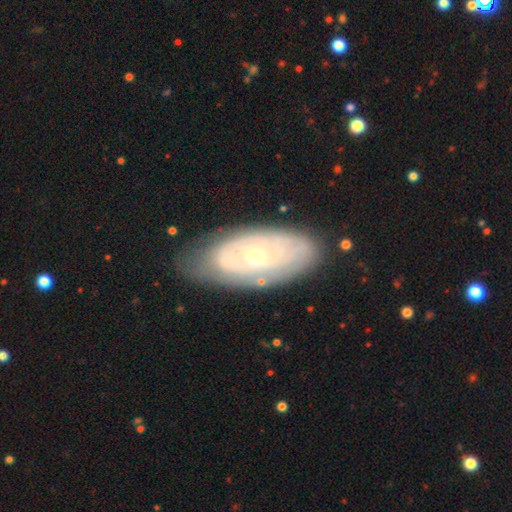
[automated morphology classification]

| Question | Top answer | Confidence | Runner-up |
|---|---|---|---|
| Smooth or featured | featured or disk | 73% | smooth (21%) |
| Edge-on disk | no | 92% | yes (8%) |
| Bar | no | 66% | weak (27%) |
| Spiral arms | yes | 78% | no (22%) |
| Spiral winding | tight | 73% | medium (21%) |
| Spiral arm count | can't tell | 58% | 2 (22%) |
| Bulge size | small | 67% | moderate (29%) |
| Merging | none | 71% | minor disturbance (21%) |